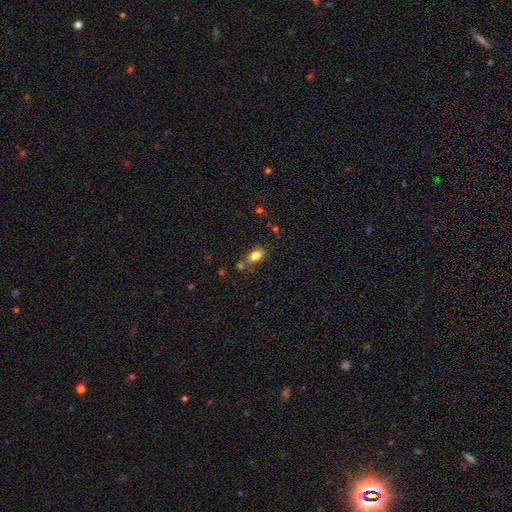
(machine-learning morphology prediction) The model was most divided on "merging": none: 65%, minor disturbance: 15%, merger: 15%, major disturbance: 5%. More confident: how rounded — in between (87%); smooth or featured — smooth (82%).